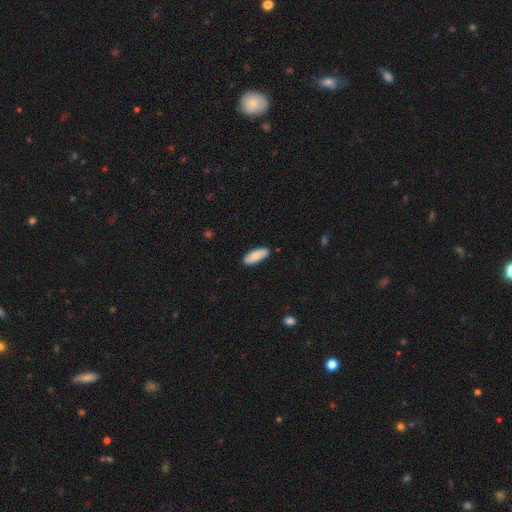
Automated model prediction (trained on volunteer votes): smooth_or_featured: smooth (p=0.83) [alt: featured or disk p=0.11]
how_rounded: in between (p=0.72) [alt: cigar-shaped p=0.26]
merging: none (p=0.87) [alt: minor disturbance p=0.10]